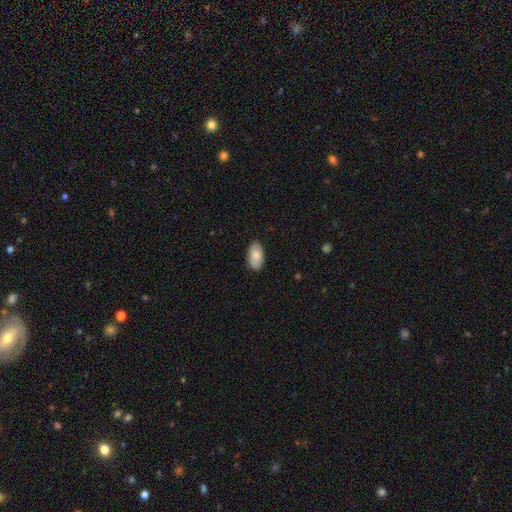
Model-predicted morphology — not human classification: Smooth or featured?
  - smooth: 85% *
  - featured or disk: 9%
  - star or artifact: 6%
How rounded?
  - in between: 95% *
  - round: 3%
  - cigar-shaped: 2%
Merging?
  - none: 87% *
  - minor disturbance: 10%
  - major disturbance: 2%
  - merger: 1%